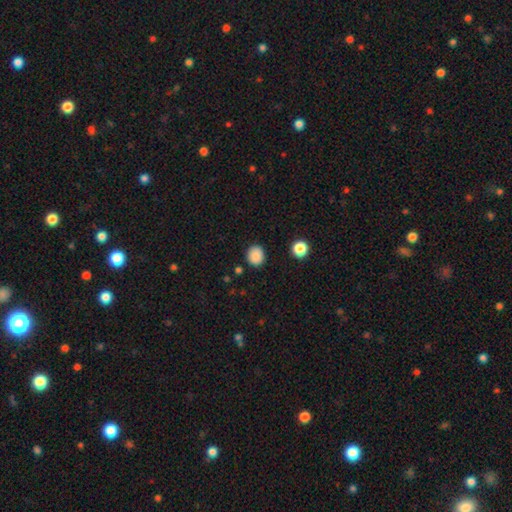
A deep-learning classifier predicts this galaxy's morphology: A smooth galaxy with no disk features (87%) that is round (83%). Merging: none (87%).